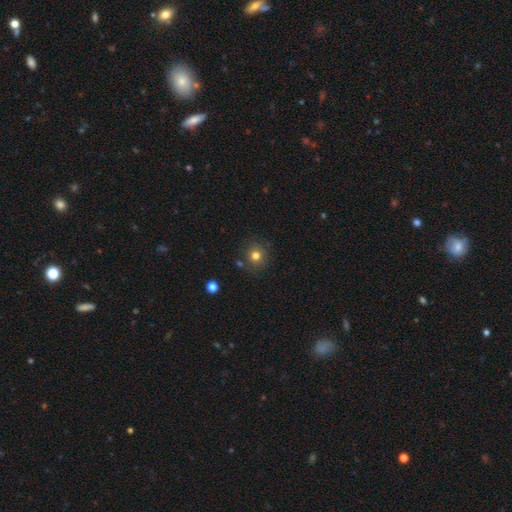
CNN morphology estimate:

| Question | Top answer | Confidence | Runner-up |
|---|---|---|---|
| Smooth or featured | smooth | 78% | star or artifact (14%) |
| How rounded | round | 90% | in between (9%) |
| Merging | none | 84% | minor disturbance (9%) |